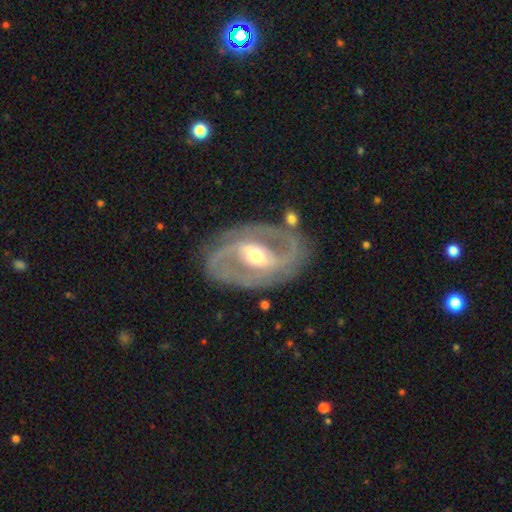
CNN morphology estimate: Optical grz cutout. It shows a featured or disk galaxy (86%) with a strong bar (47%), 2 (81%) medium (46%) spiral arms (87%) and a moderate central bulge (67%). Merging: none (77%).